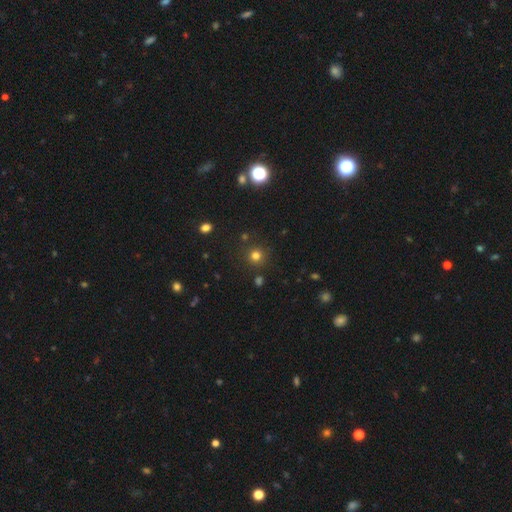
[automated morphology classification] The model was most divided on "smooth or featured": smooth: 76%, star or artifact: 19%, featured or disk: 6%. More confident: how rounded — round (94%); merging — none (87%).